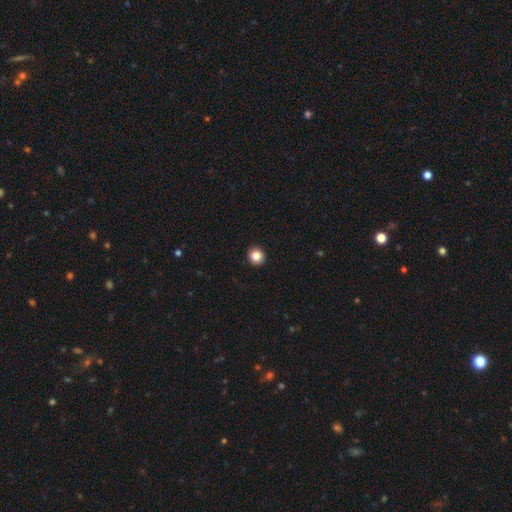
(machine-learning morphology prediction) Smooth or featured? smooth (85%)
How rounded? round (92%)
Merging? none (94%)